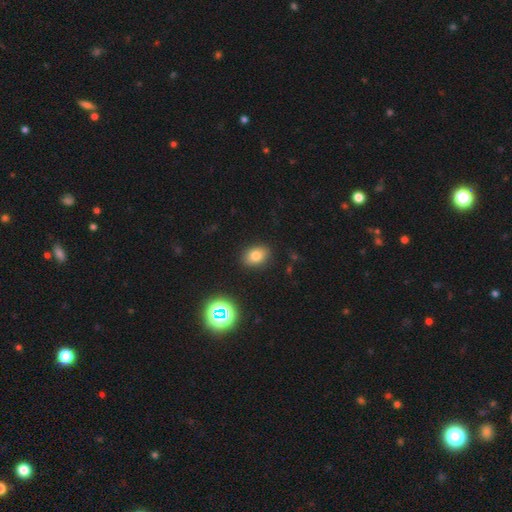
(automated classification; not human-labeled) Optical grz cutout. It shows a smooth galaxy with no disk features (78%) that is in between round and cigar-shaped (72%). Merging: none (88%).